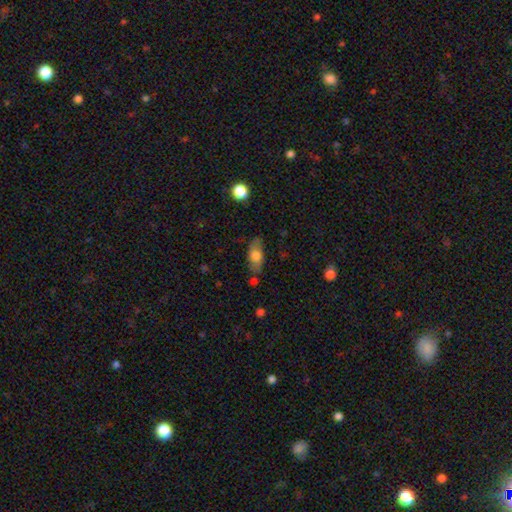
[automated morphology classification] Smooth or featured? Predicted: smooth (p=0.67). How rounded? Predicted: in between (p=0.83). Merging? Predicted: none (p=0.72).